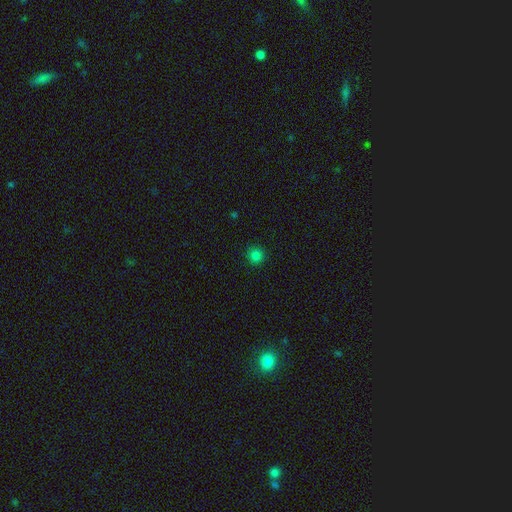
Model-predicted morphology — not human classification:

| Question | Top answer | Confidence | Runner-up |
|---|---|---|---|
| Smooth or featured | smooth | 81% | star or artifact (16%) |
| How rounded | round | 94% | in between (5%) |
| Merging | none | 90% | minor disturbance (7%) |